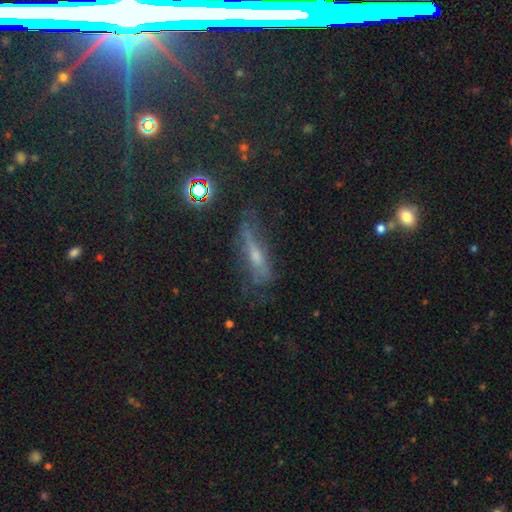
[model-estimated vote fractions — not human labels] Morphology: type=featured or disk (48%); merging=none (49%).